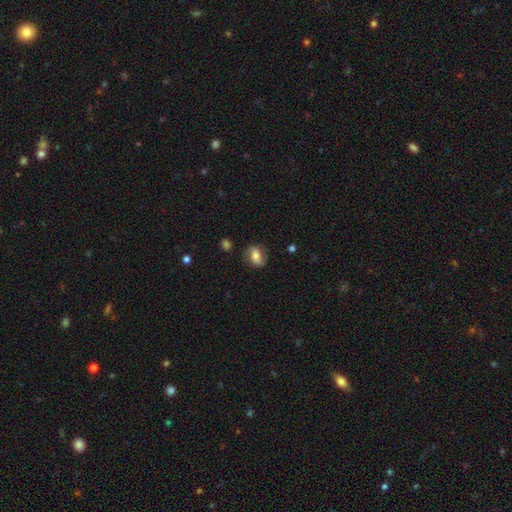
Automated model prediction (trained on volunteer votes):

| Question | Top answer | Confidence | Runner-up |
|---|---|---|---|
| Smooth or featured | smooth | 58% | featured or disk (33%) |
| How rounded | in between | 71% | round (26%) |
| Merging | none | 76% | minor disturbance (17%) |